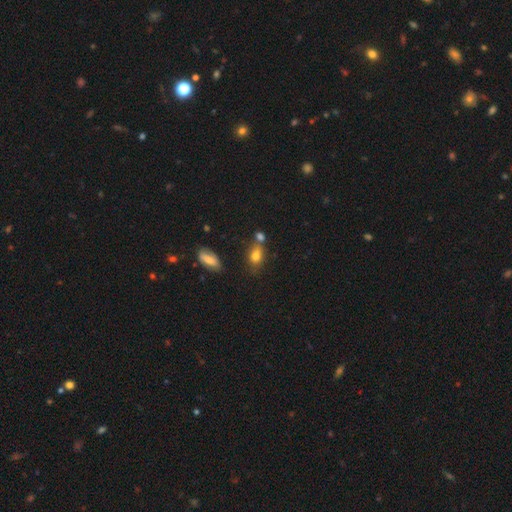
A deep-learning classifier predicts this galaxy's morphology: Smooth or featured?
  - smooth: 78% *
  - featured or disk: 11%
  - star or artifact: 11%
How rounded?
  - in between: 75% *
  - round: 21%
  - cigar-shaped: 4%
Merging?
  - none: 57% *
  - merger: 21%
  - minor disturbance: 17%
  - major disturbance: 5%